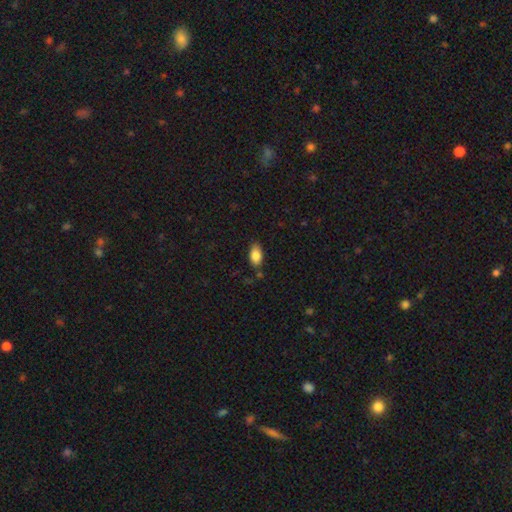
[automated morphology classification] This appears to be a smooth galaxy with no disk features (84%) that is in between round and cigar-shaped (91%). Merging: none (79%).